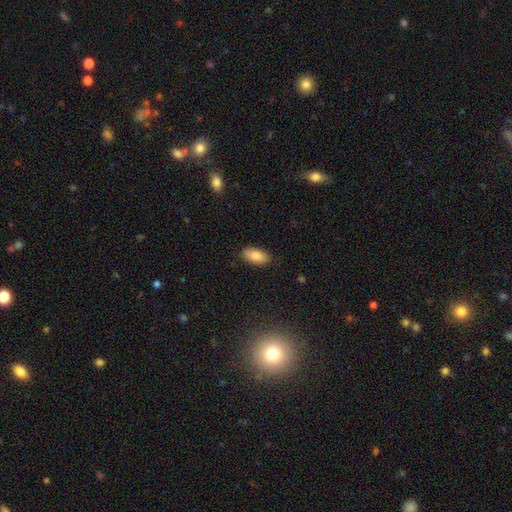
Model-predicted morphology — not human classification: Q: Smooth or featured?
A: smooth (84%); runner-up: featured or disk (9%)
Q: How rounded?
A: in between (93%); runner-up: cigar-shaped (4%)
Q: Merging?
A: none (85%); runner-up: minor disturbance (12%)